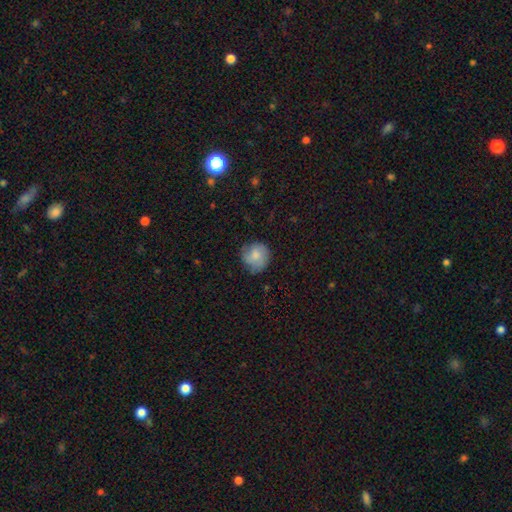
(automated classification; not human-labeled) Smooth or featured?
  - smooth: 74% *
  - featured or disk: 18%
  - star or artifact: 7%
How rounded?
  - round: 87% *
  - in between: 12%
  - cigar-shaped: 1%
Merging?
  - none: 70% *
  - minor disturbance: 23%
  - major disturbance: 6%
  - merger: 1%